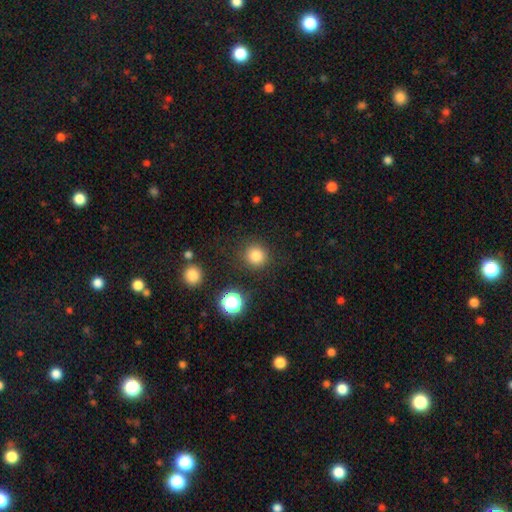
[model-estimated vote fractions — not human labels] This is clearly a smooth galaxy (82%). How rounded: clearly round (93%). Merging: clearly none (87%).